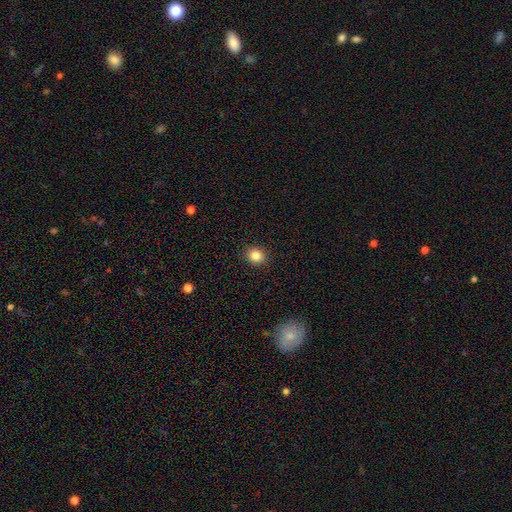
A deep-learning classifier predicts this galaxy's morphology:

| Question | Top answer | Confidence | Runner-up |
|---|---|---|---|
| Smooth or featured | smooth | 85% | star or artifact (11%) |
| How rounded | round | 78% | in between (22%) |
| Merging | none | 90% | minor disturbance (7%) |